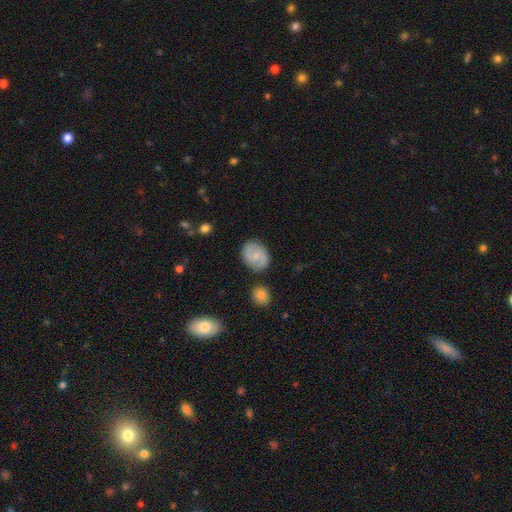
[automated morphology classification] Smooth or featured?
  - featured or disk: 61% *
  - smooth: 32%
  - star or artifact: 7%
Edge-on disk?
  - no: 97% *
  - yes: 3%
Bar?
  - weak: 50% *
  - no: 40%
  - strong: 10%
Spiral arms?
  - yes: 90% *
  - no: 10%
Spiral winding?
  - medium: 48% *
  - loose: 32%
  - tight: 20%
Spiral arm count?
  - 2: 89% *
  - can't tell: 6%
  - 1: 2%
  - 3: 1%
  - 4: 1%
  - more than 4: 1%
Bulge size?
  - small: 60% *
  - moderate: 20%
  - none: 18%
  - large: 1%
  - dominant: 1%
Merging?
  - none: 81% *
  - minor disturbance: 12%
  - merger: 3%
  - major disturbance: 3%